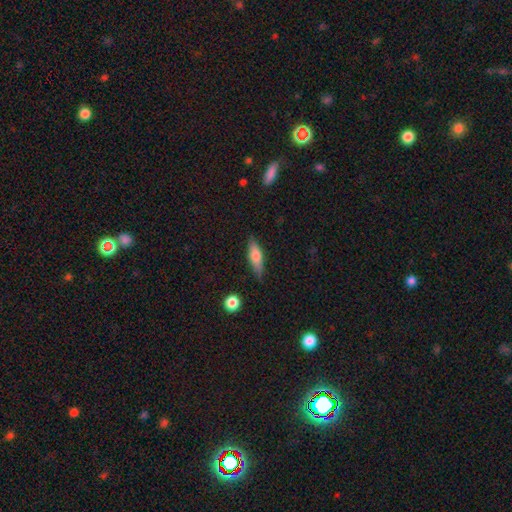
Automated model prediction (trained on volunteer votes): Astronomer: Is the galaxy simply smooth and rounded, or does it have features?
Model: smooth — 63%.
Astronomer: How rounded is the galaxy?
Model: cigar-shaped — 54% (runner-up: in between, 43%).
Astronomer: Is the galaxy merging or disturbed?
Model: none — 79%.